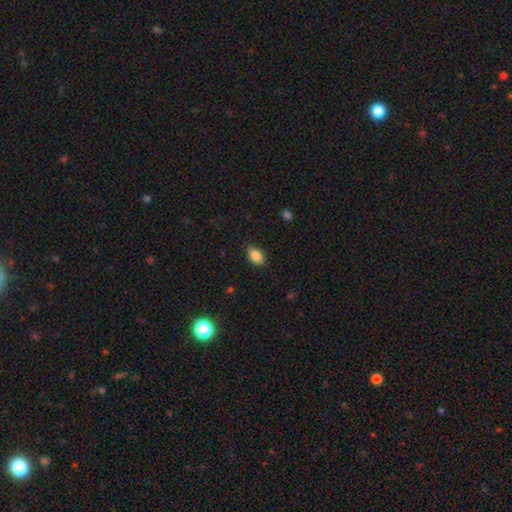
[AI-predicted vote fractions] smooth 85%, star or artifact 8%, featured or disk 7%. Down the decision tree: how rounded — in between (88%); merging — none (86%).